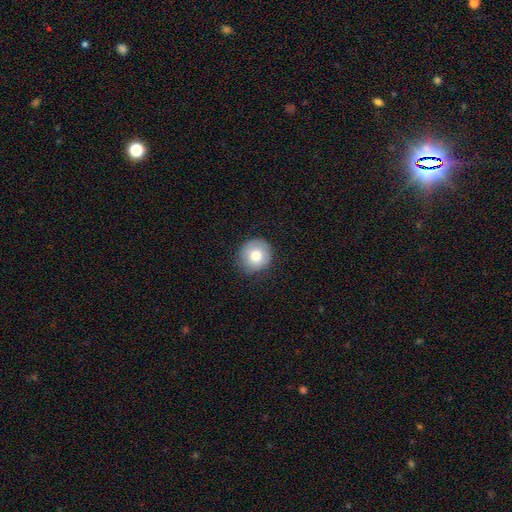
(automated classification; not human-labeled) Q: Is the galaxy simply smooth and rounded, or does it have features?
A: smooth — 78%.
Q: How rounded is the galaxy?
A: round — 89%.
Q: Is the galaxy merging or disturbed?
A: none — 82%.